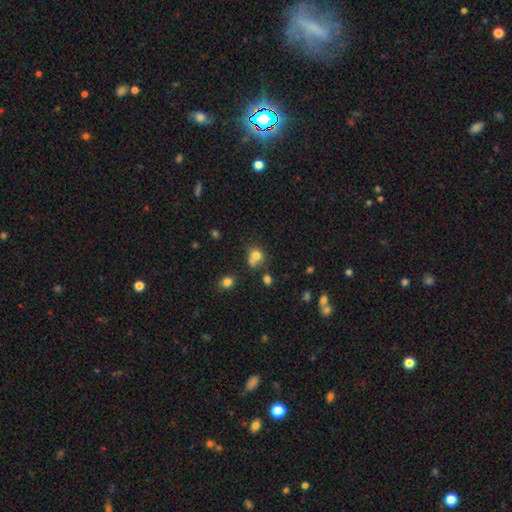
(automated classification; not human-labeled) Smooth or featured?
  - smooth: 76% *
  - star or artifact: 14%
  - featured or disk: 11%
How rounded?
  - round: 72% *
  - in between: 27%
  - cigar-shaped: 1%
Merging?
  - none: 43% *
  - merger: 34%
  - minor disturbance: 15%
  - major disturbance: 7%